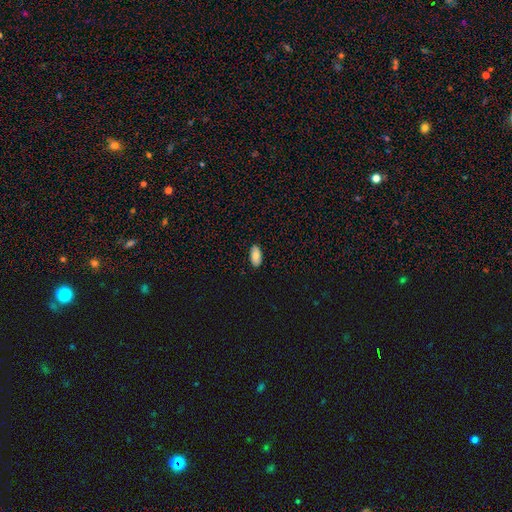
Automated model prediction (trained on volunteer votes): Smooth or featured: smooth — 81% (featured or disk — 12%)
How rounded: in between — 94% (cigar-shaped — 3%)
Merging: none — 88% (minor disturbance — 9%)